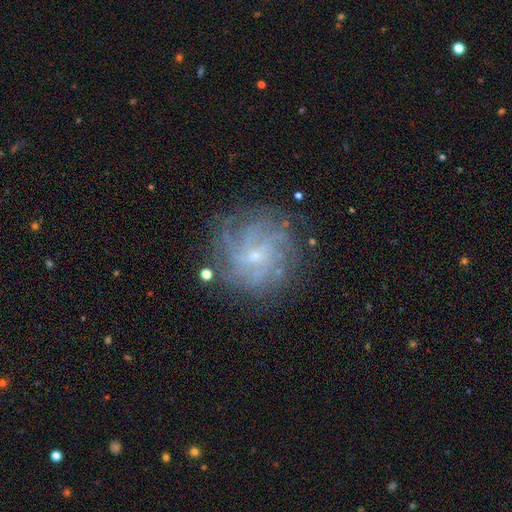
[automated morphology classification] Smooth or featured? featured or disk (80%)
Edge-on disk? no (97%)
Bar? no (67%)
Spiral arms? yes (94%)
Spiral winding? tight (61%)
Spiral arm count? can't tell (29%)
Bulge size? small (82%)
Merging? none (77%)